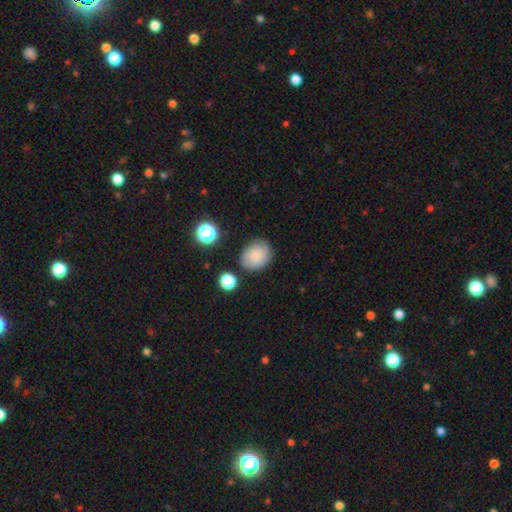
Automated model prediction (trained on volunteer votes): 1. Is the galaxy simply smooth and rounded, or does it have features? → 83% smooth, 9% star or artifact, 8% featured or disk.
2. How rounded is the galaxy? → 51% round, 48% in between, 1% cigar-shaped.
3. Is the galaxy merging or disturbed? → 78% none, 15% minor disturbance, 4% merger, 4% major disturbance.